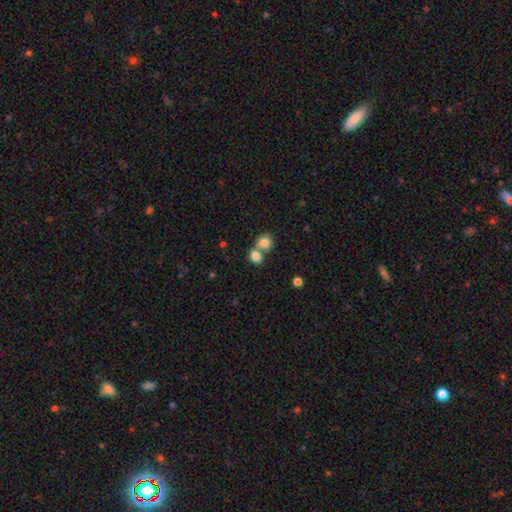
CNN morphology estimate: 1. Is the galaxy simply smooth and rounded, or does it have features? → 82% smooth, 10% star or artifact, 8% featured or disk.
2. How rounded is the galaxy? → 65% round, 34% in between, 1% cigar-shaped.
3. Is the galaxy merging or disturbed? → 51% merger, 40% none, 6% minor disturbance, 3% major disturbance.